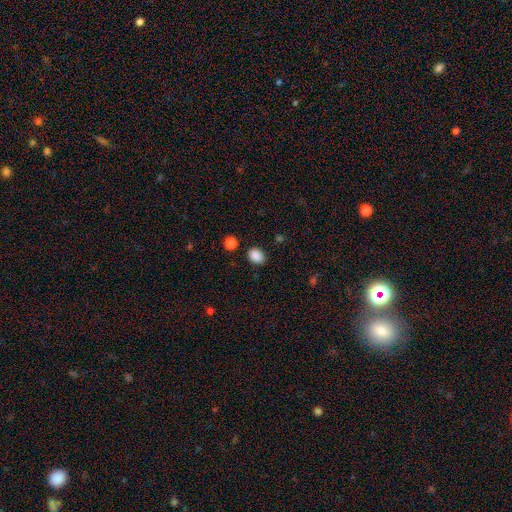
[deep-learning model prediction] Smooth or featured? smooth (87%)
How rounded? in between (64%)
Merging? none (85%)